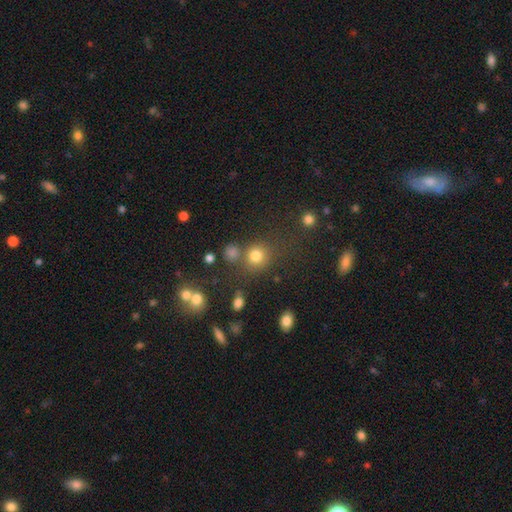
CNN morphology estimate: Smooth or featured: smooth — 77% (star or artifact — 15%)
How rounded: round — 85% (in between — 14%)
Merging: none — 67% (merger — 16%)